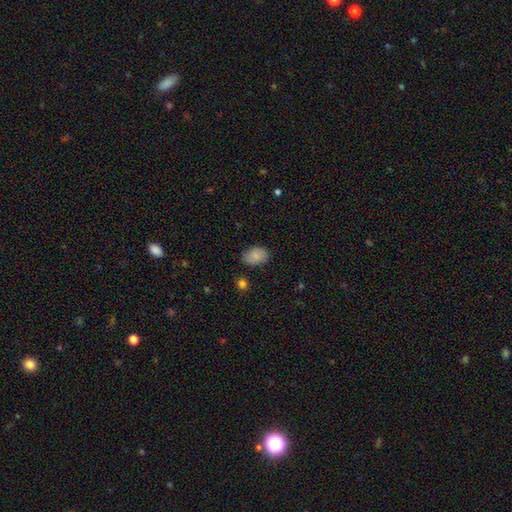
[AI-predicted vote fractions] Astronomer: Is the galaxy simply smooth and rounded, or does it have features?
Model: smooth — 84%.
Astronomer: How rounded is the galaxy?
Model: in between — 86%.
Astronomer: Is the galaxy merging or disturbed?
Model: none — 81%.